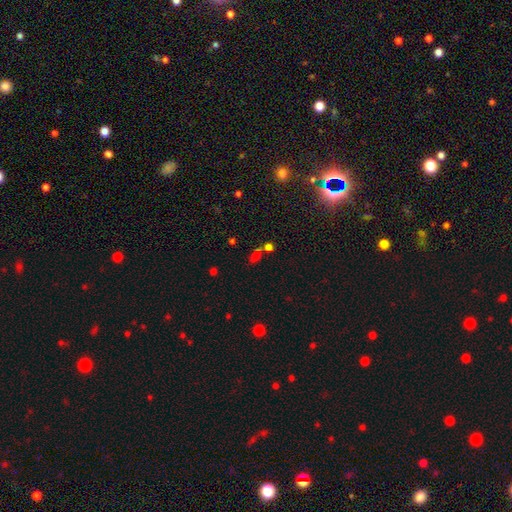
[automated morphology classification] smooth 52%, star or artifact 37%, featured or disk 11%. Down the decision tree: how rounded — in between (64%); merging — none (45%).